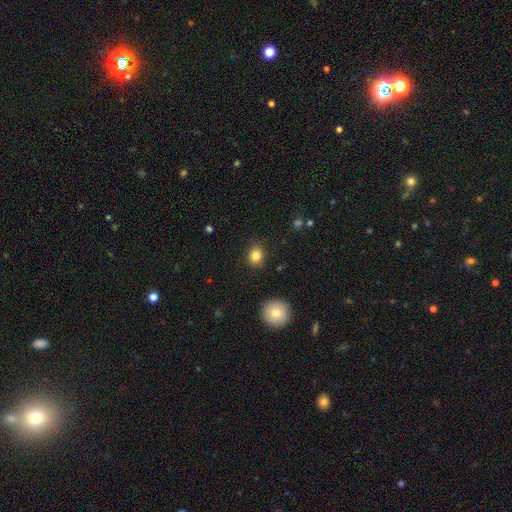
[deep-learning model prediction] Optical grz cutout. It shows a smooth galaxy with no disk features (84%) that is round (67%). Merging: none (87%).